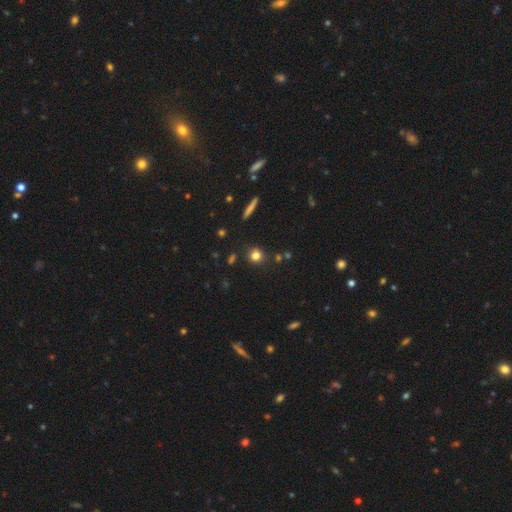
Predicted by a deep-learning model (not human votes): smooth-or-featured: smooth: 79% | star or artifact: 13% | featured or disk: 8%
  how-rounded: round: 87% | in between: 11% | cigar-shaped: 3%
  merging: none: 86% | minor disturbance: 8% | merger: 4% | major disturbance: 2%